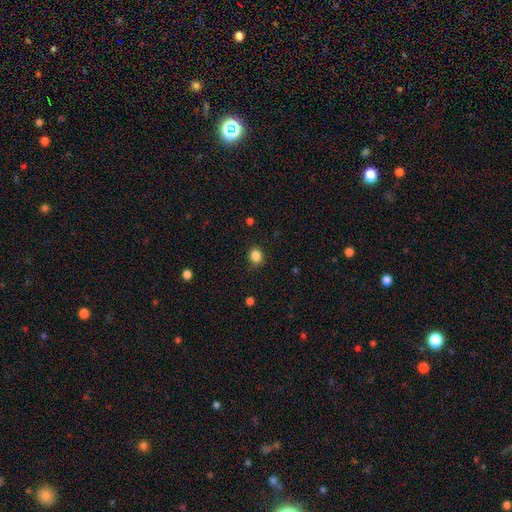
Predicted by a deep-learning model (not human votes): Overall: smooth (85%). How rounded: round (69%; in between 30%). Merging: none (82%).